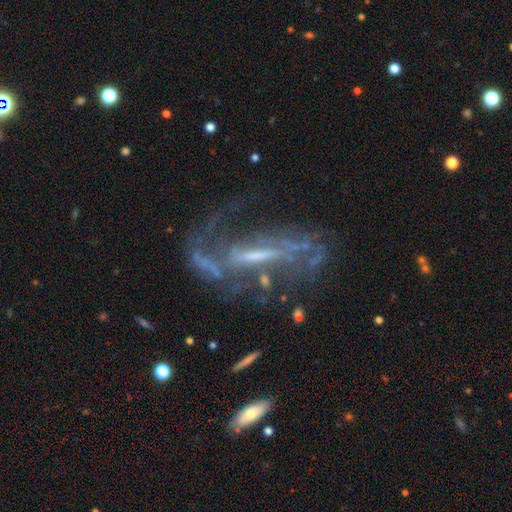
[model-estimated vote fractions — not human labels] A featured or disk galaxy (82%) with a strong bar (52%), 2 (46%) loose (47%) spiral arms (77%) and a small central bulge (38%).

Vote fractions:
- Smooth or featured? featured or disk: 82% / star or artifact: 10% / smooth: 9%
- Edge-on disk? no: 81% / yes: 19%
- Bar? strong: 52% / weak: 31% / no: 17%
- Spiral arms? yes: 77% / no: 23%
- Spiral winding? loose: 47% / medium: 36% / tight: 17%
- Spiral arm count? 2: 46% / can't tell: 28% / 1: 11% / 3: 7% / 4: 4% / more than 4: 4%
- Bulge size? small: 38% / moderate: 30% / none: 25% / large: 5% / dominant: 2%
- Merging? none: 42% / major disturbance: 34% / minor disturbance: 17% / merger: 7%